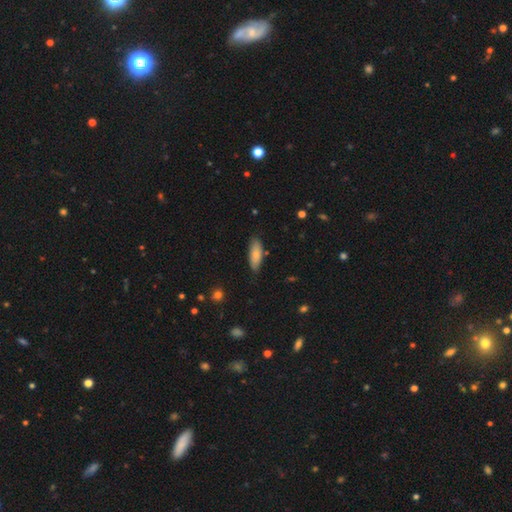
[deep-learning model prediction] A smooth galaxy with no disk features (76%) that is in between round and cigar-shaped (63%). Merging: none (82%).